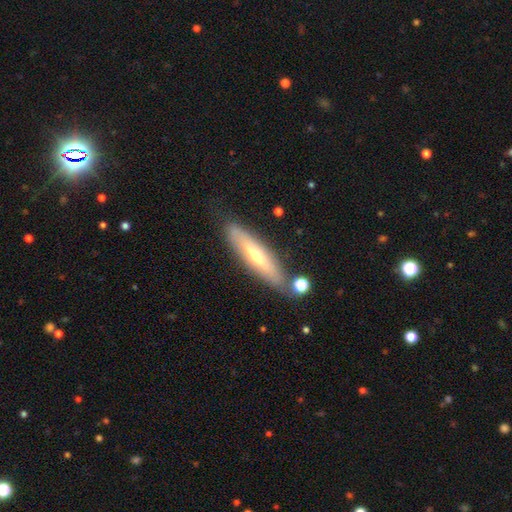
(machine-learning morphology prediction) Overall: featured or disk (52%; smooth 41%). Edge-on disk: yes (66%; no 34%). Merging: none (77%).